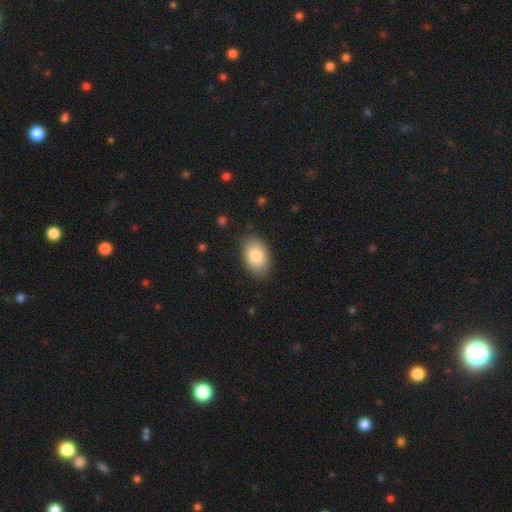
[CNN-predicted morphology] The model was most divided on "merging": none: 85%, minor disturbance: 11%, major disturbance: 3%, merger: 1%. More confident: how rounded — in between (91%); smooth or featured — smooth (85%).